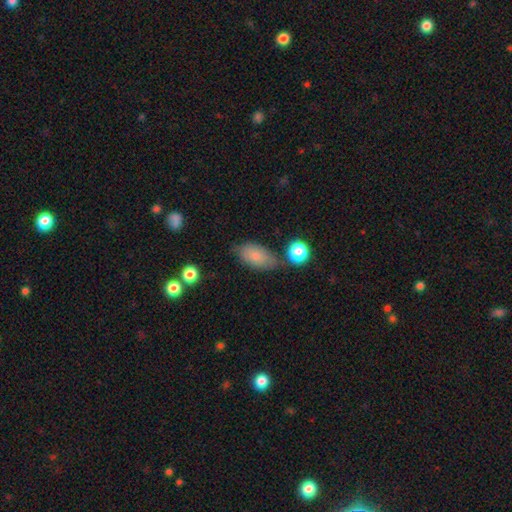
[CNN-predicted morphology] type=smooth (81%); roundness=in between (91%); merging=none (66%).